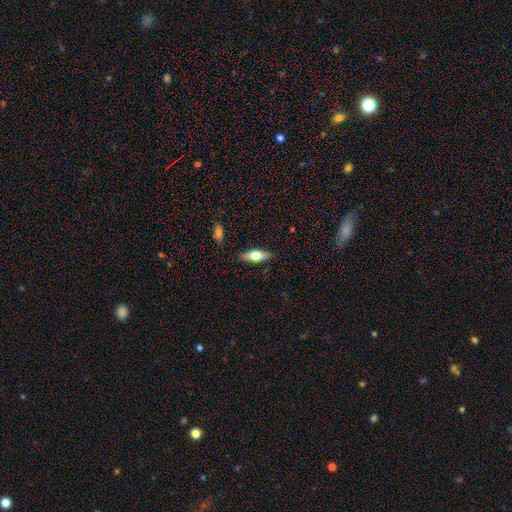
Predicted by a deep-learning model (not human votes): The model was most divided on "how rounded": in between: 64%, cigar-shaped: 34%, round: 2%. More confident: merging — none (87%); smooth or featured — smooth (65%).